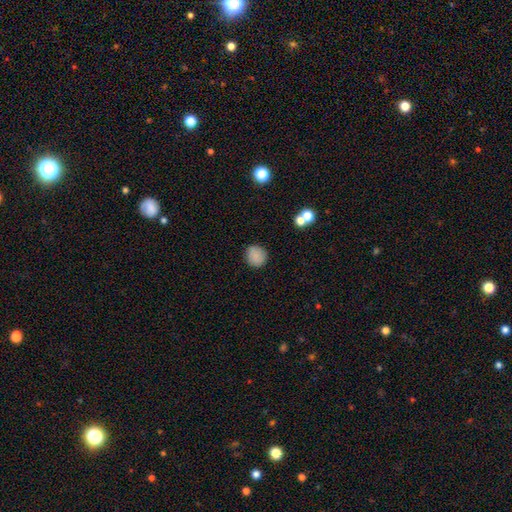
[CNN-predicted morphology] Smooth or featured? smooth (86%)
How rounded? round (89%)
Merging? none (88%)